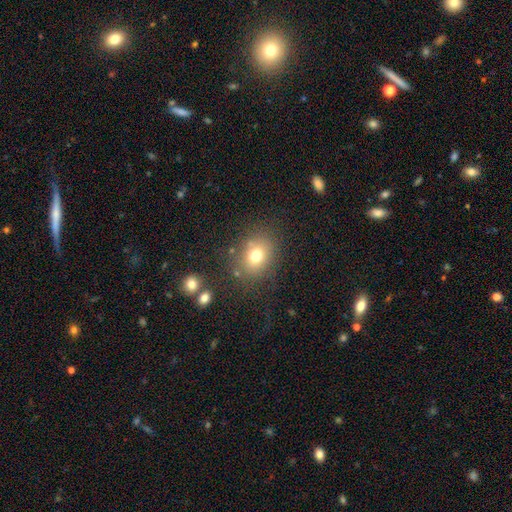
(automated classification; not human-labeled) Morphology: type=smooth (74%); roundness=round (52%); merging=none (77%).